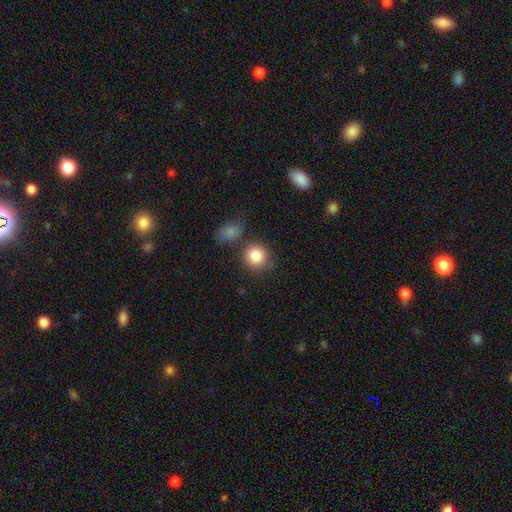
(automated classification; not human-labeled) Q: Smooth or featured?
A: smooth (85%); runner-up: star or artifact (8%)
Q: How rounded?
A: round (87%); runner-up: in between (12%)
Q: Merging?
A: none (73%); runner-up: minor disturbance (12%)